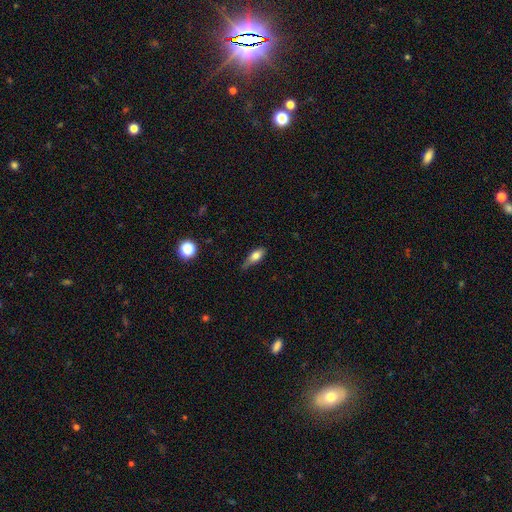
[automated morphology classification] smooth 73%, featured or disk 18%, star or artifact 9%. Down the decision tree: how rounded — in between (71%); merging — none (46%).